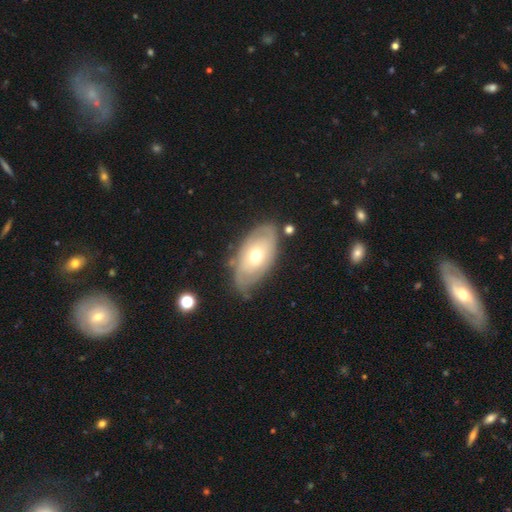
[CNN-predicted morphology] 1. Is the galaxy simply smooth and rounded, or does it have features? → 50% featured or disk, 44% smooth, 6% star or artifact.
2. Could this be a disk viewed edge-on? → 88% no, 12% yes.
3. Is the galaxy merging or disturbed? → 66% none, 23% minor disturbance, 7% major disturbance, 4% merger.